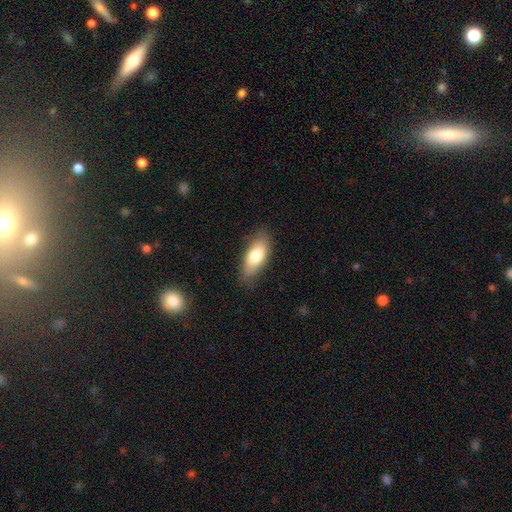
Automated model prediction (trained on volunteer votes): Smooth or featured? smooth (74%)
How rounded? in between (81%)
Merging? none (81%)